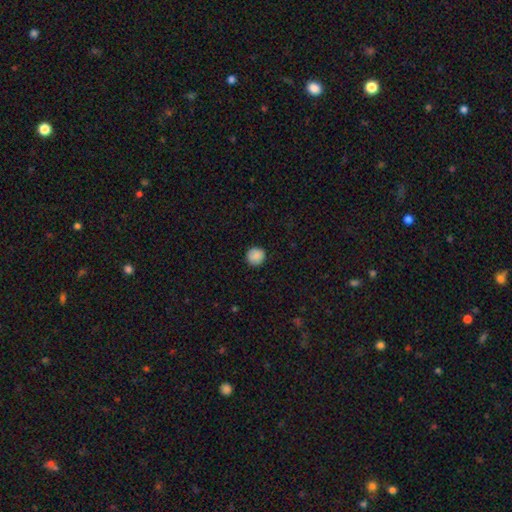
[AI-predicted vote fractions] Morphology: type=smooth (89%); roundness=round (93%); merging=none (91%).